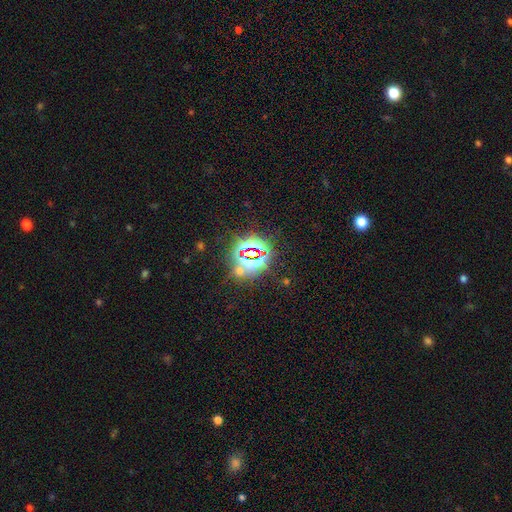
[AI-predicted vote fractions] Smooth or featured? star or artifact (78%)